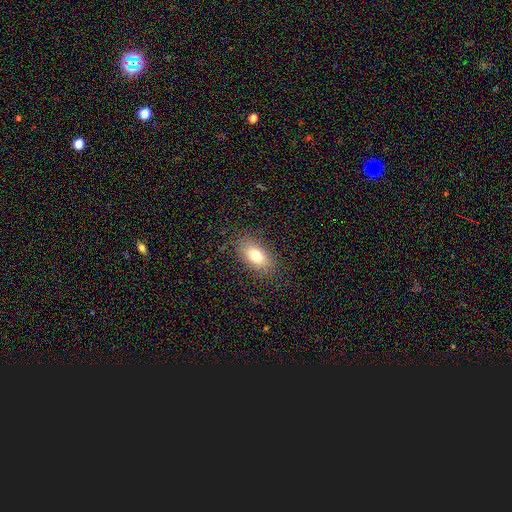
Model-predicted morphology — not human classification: smooth_or_featured: smooth (p=0.74) [alt: featured or disk p=0.15]
how_rounded: in between (p=0.85) [alt: round p=0.11]
merging: none (p=0.83) [alt: minor disturbance p=0.11]